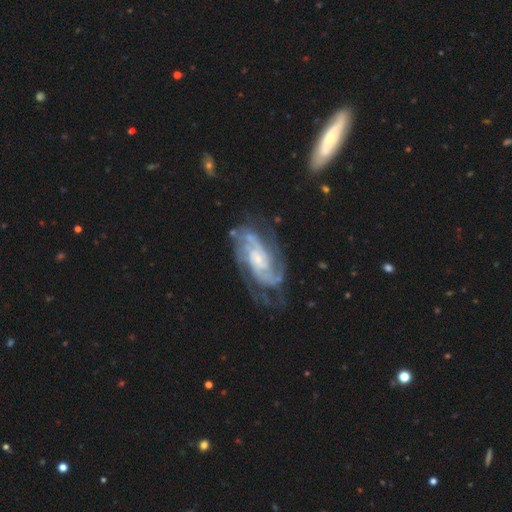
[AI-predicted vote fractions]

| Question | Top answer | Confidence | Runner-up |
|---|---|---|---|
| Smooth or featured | featured or disk | 88% | smooth (6%) |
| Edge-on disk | no | 95% | yes (5%) |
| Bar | no | 54% | weak (35%) |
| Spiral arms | yes | 97% | no (3%) |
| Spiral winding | tight | 50% | medium (39%) |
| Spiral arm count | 2 | 37% | 3 (23%) |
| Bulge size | small | 43% | moderate (38%) |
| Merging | none | 66% | minor disturbance (20%) |